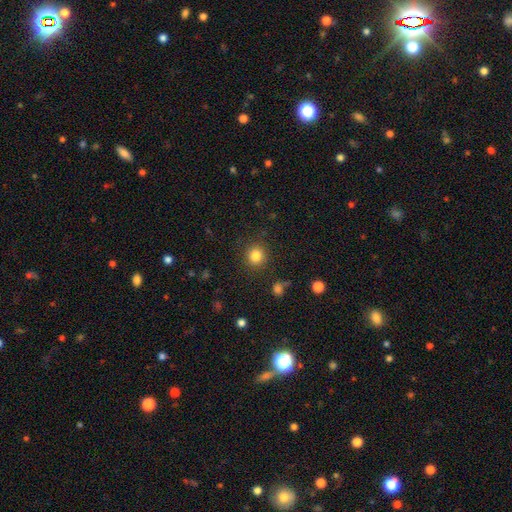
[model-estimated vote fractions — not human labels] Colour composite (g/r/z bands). It shows a smooth galaxy with no disk features (83%) that is round (91%). Merging: none (88%).